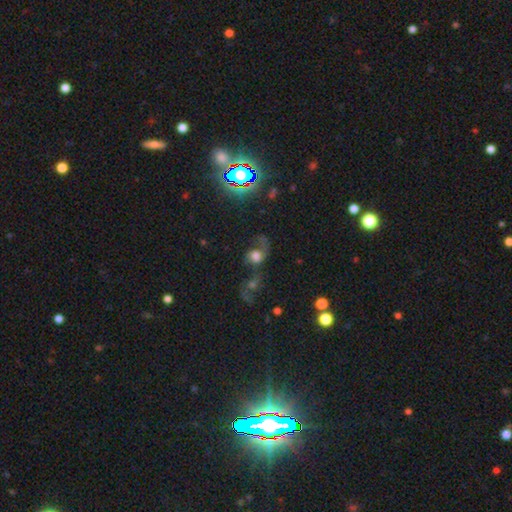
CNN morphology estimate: Q: Smooth or featured?
A: smooth (49%); runner-up: featured or disk (32%)
Q: Merging?
A: major disturbance (33%); runner-up: merger (32%)